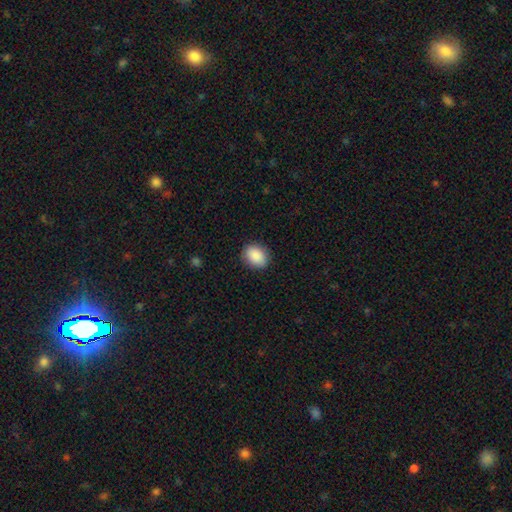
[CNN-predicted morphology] A smooth galaxy with no disk features (89%) that is in between round and cigar-shaped (52%).

Vote fractions:
- Smooth or featured? smooth: 89% / star or artifact: 7% / featured or disk: 4%
- How rounded? in between: 52% / round: 47% / cigar-shaped: 1%
- Merging? none: 87% / minor disturbance: 10% / major disturbance: 3% / merger: 1%